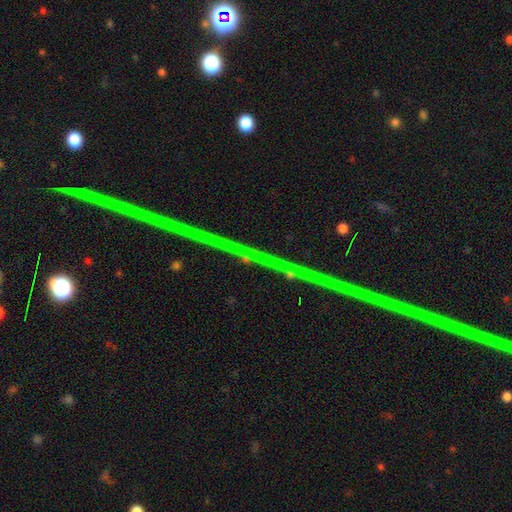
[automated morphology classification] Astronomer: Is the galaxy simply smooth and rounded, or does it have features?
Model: star or artifact — 78%.